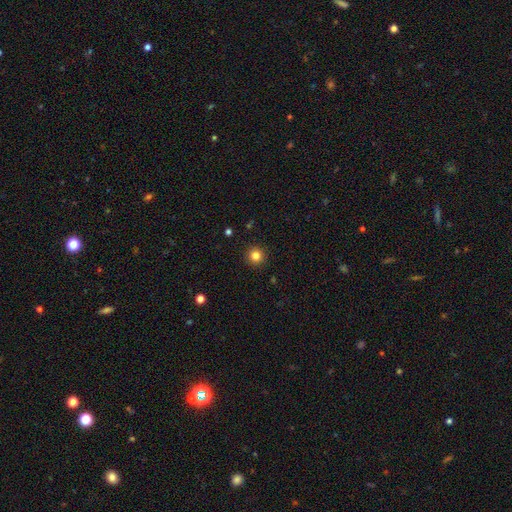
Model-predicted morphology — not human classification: smooth 83%, star or artifact 12%, featured or disk 5%. Down the decision tree: how rounded — round (95%); merging — none (92%).